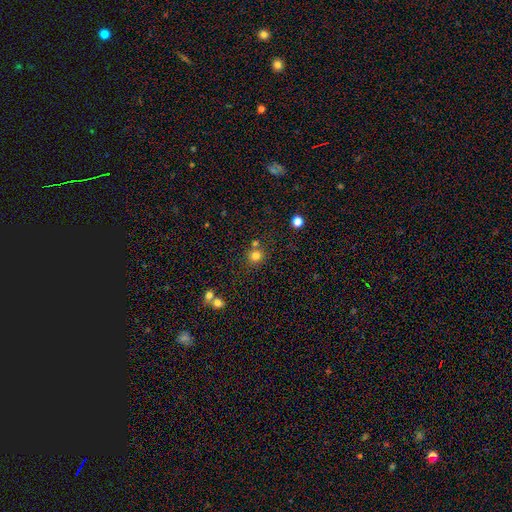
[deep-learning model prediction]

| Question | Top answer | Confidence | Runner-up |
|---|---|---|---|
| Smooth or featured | smooth | 79% | star or artifact (15%) |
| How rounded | round | 86% | in between (13%) |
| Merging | none | 70% | merger (18%) |